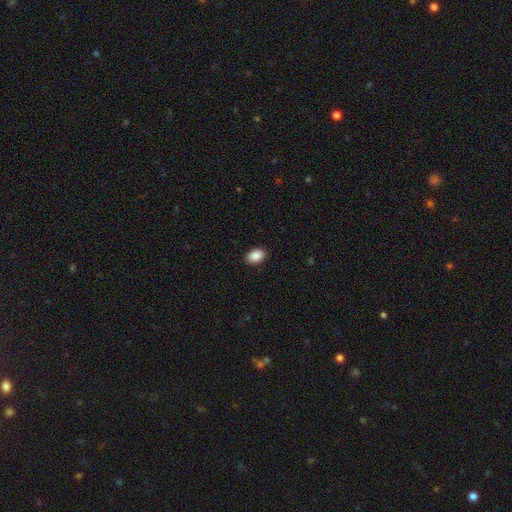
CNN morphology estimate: Overall: smooth (90%). How rounded: in between (81%). Merging: none (90%).